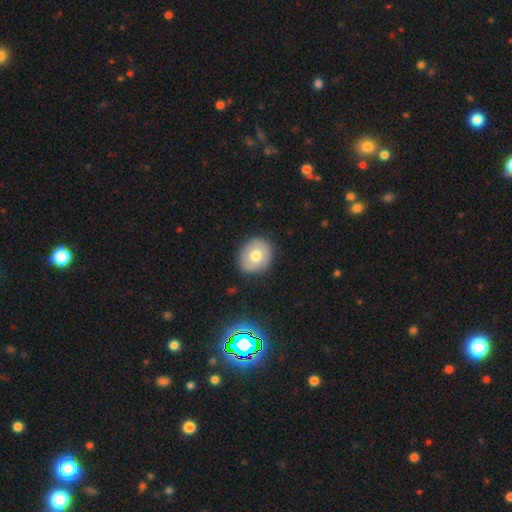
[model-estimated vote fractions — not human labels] Smooth or featured? Predicted: smooth (p=0.67). How rounded? Predicted: round (p=0.63). Merging? Predicted: none (p=0.86).